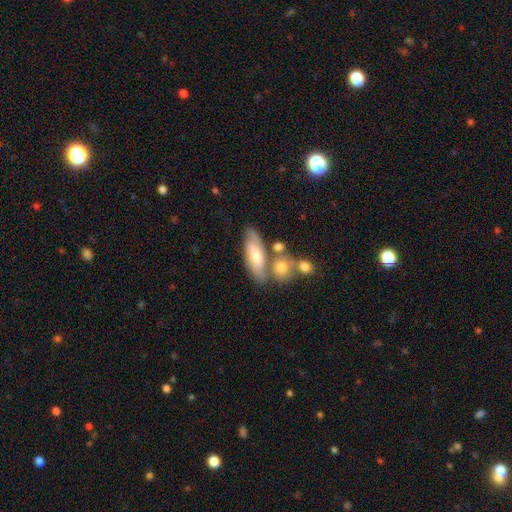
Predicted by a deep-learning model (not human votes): Smooth or featured?
  - smooth: 49% *
  - featured or disk: 44%
  - star or artifact: 7%
Merging?
  - none: 54% *
  - merger: 24%
  - minor disturbance: 16%
  - major disturbance: 6%